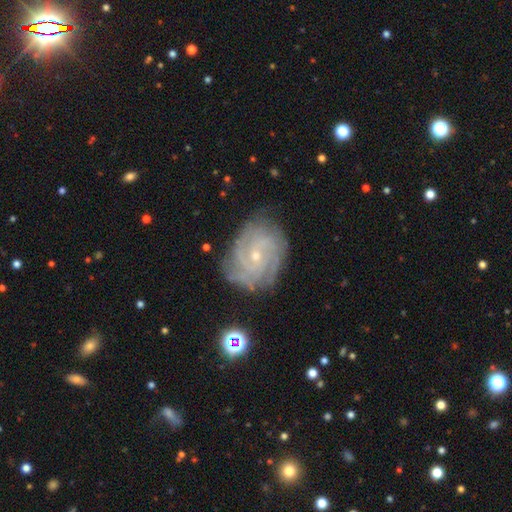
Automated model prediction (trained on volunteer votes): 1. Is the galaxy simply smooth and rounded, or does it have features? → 85% featured or disk, 8% smooth, 7% star or artifact.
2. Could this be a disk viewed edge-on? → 97% no, 3% yes.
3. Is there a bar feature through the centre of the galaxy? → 65% no, 29% weak, 6% strong.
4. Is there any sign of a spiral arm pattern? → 97% yes, 3% no.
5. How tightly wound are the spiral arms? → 68% tight, 27% medium, 5% loose.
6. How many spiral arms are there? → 26% can't tell, 23% 4, 20% 3, 14% 2, 10% more than 4, 7% 1.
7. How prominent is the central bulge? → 79% small, 18% moderate, 2% none, 1% large, 1% dominant.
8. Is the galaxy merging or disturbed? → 78% none, 16% minor disturbance, 5% major disturbance, 2% merger.